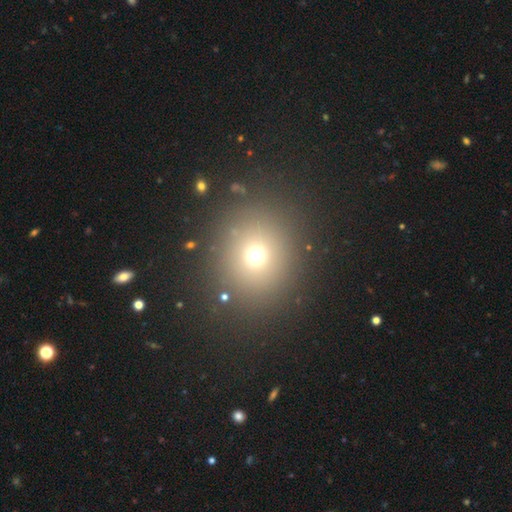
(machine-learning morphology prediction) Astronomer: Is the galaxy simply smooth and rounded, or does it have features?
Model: smooth — 68%.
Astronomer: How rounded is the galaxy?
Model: round — 86%.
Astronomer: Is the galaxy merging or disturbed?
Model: none — 85%.